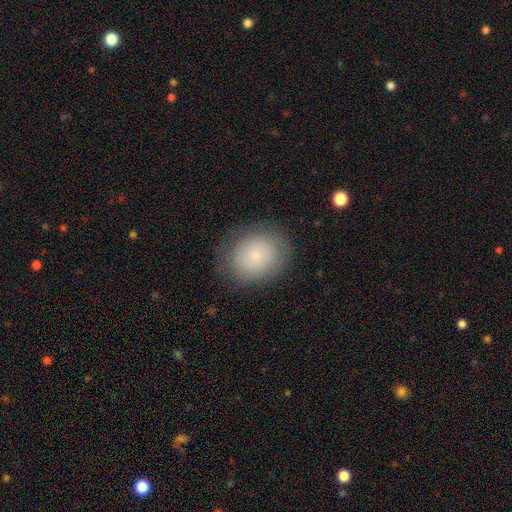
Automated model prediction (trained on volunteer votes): Smooth or featured? smooth (76%)
How rounded? round (58%)
Merging? none (82%)